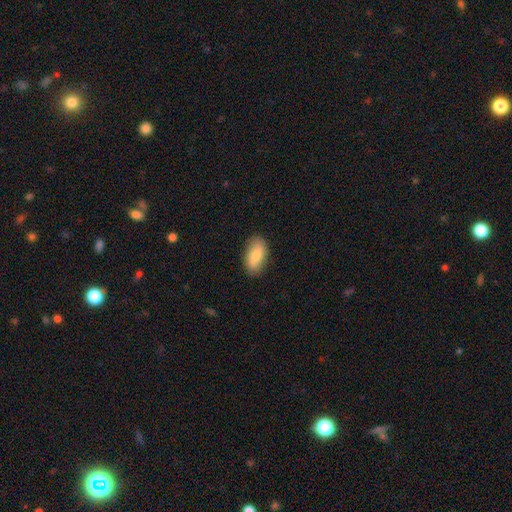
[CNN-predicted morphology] Smooth or featured?
  - smooth: 76% *
  - featured or disk: 18%
  - star or artifact: 6%
How rounded?
  - in between: 93% *
  - round: 4%
  - cigar-shaped: 3%
Merging?
  - none: 85% *
  - minor disturbance: 12%
  - major disturbance: 2%
  - merger: 1%